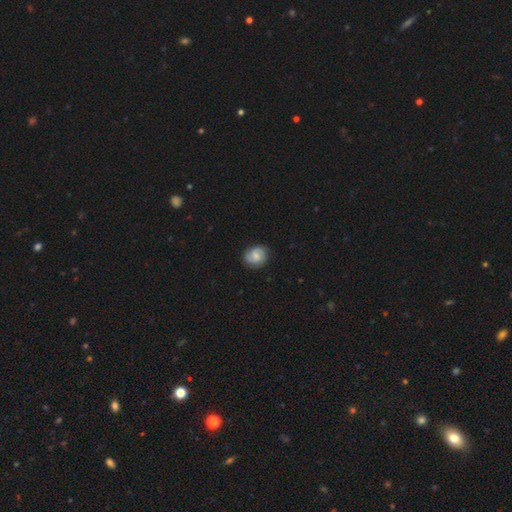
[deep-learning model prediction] featured or disk 54%, smooth 38%, star or artifact 8%. Down the decision tree: edge-on disk — no (98%); bar — no (60%); spiral arms — yes (92%); bulge size — moderate (46%); merging — none (83%).